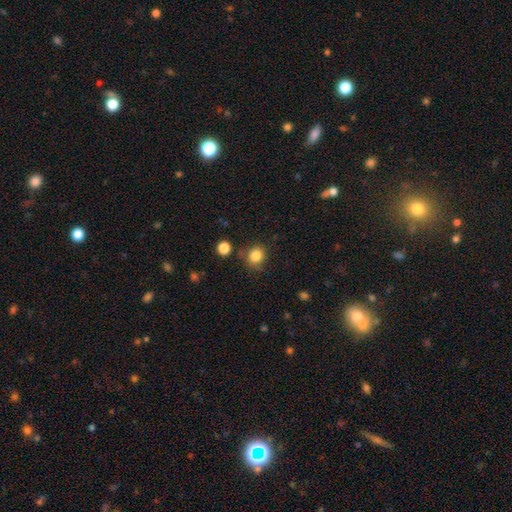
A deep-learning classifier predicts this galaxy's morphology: Smooth or featured? smooth (84%)
How rounded? round (81%)
Merging? none (78%)